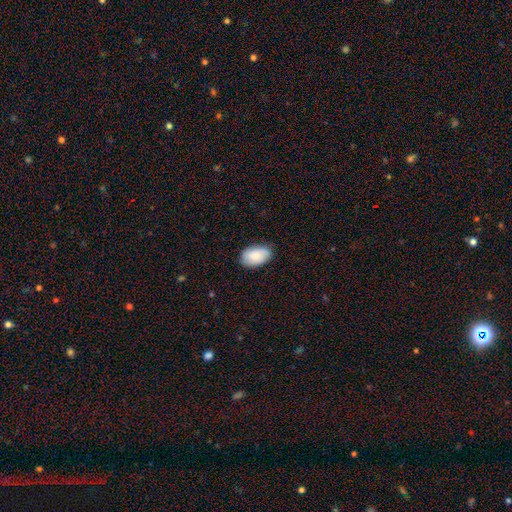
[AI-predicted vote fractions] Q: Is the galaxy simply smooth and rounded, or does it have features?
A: smooth — 84%.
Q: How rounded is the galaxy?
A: in between — 93%.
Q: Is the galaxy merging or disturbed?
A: none — 81%.